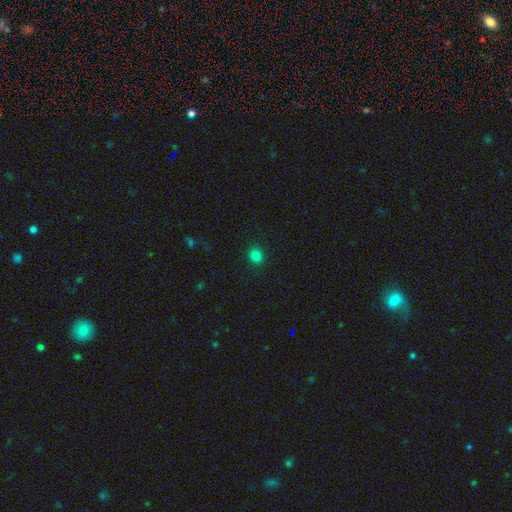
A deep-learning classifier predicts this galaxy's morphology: smooth 82%, star or artifact 14%, featured or disk 4%. Down the decision tree: how rounded — round (82%); merging — none (92%).